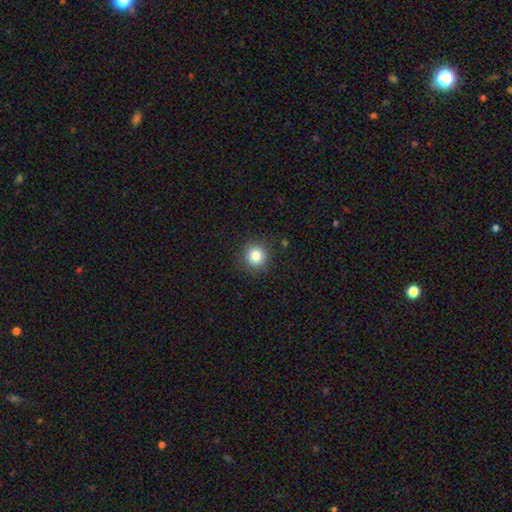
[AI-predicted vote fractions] Smooth or featured: smooth — 84% (star or artifact — 11%)
How rounded: round — 93% (in between — 6%)
Merging: none — 89% (minor disturbance — 7%)